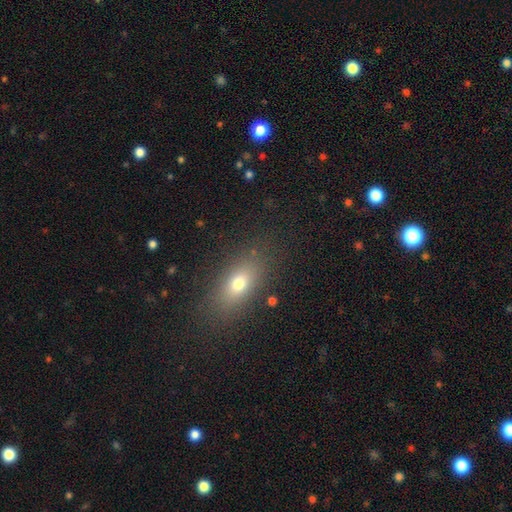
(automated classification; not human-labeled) This is likely a smooth galaxy (68%). How rounded: likely in between (75%). Merging: clearly none (86%).